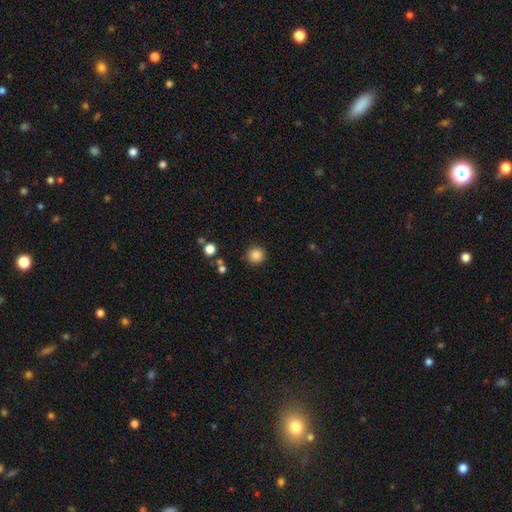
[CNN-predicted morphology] The model was most divided on "smooth or featured": smooth: 86%, star or artifact: 10%, featured or disk: 4%. More confident: how rounded — round (95%); merging — none (90%).